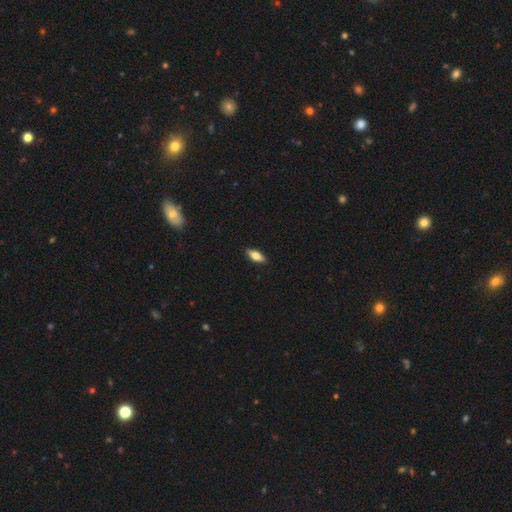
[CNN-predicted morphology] smooth 71%, featured or disk 22%, star or artifact 7%. Down the decision tree: how rounded — in between (79%); merging — none (89%).